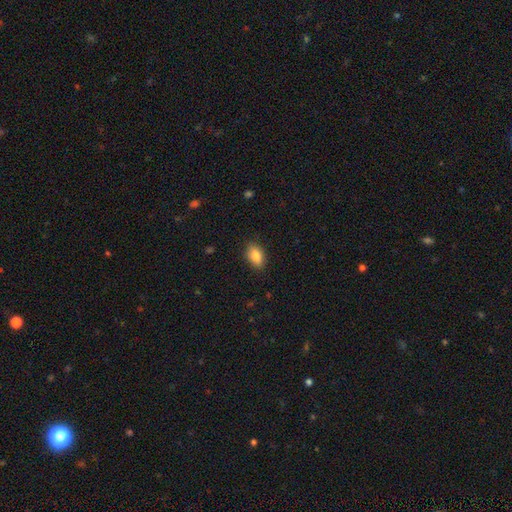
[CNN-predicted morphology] Q: Smooth or featured?
A: smooth (85%); runner-up: star or artifact (7%)
Q: How rounded?
A: in between (90%); runner-up: round (6%)
Q: Merging?
A: none (86%); runner-up: minor disturbance (10%)